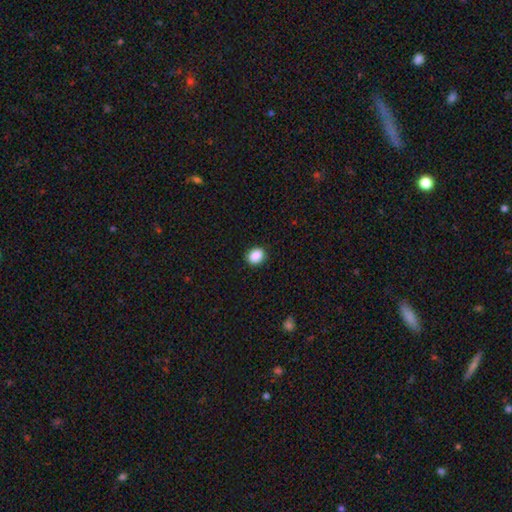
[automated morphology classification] smooth-or-featured: smooth: 89% | star or artifact: 9% | featured or disk: 3%
  how-rounded: round: 56% | in between: 43% | cigar-shaped: 1%
  merging: none: 88% | minor disturbance: 9% | major disturbance: 2% | merger: 1%